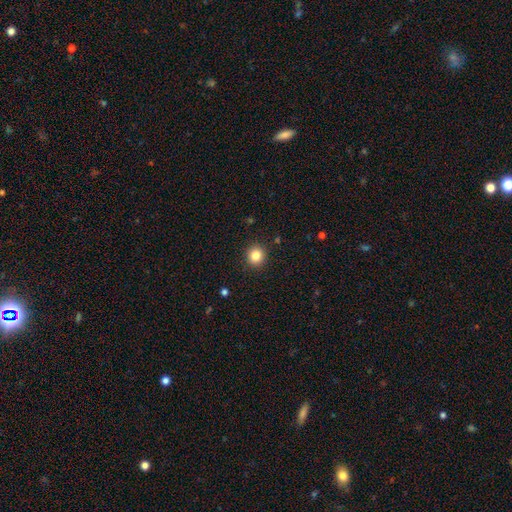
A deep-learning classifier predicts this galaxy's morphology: This is clearly a smooth galaxy (84%). How rounded: clearly round (92%). Merging: clearly none (92%).